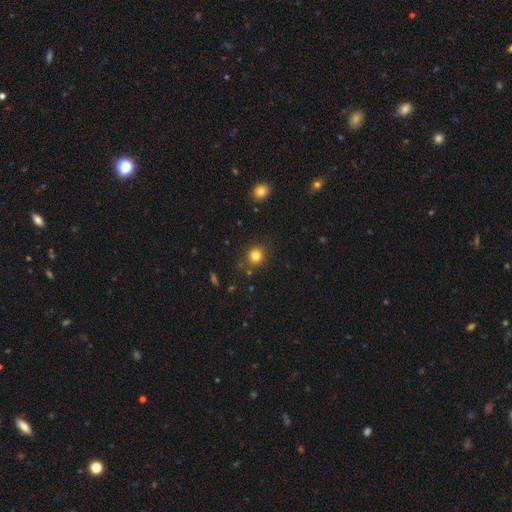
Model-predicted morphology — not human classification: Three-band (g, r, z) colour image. It shows a smooth galaxy with no disk features (82%) that is round (87%). Merging: none (85%).